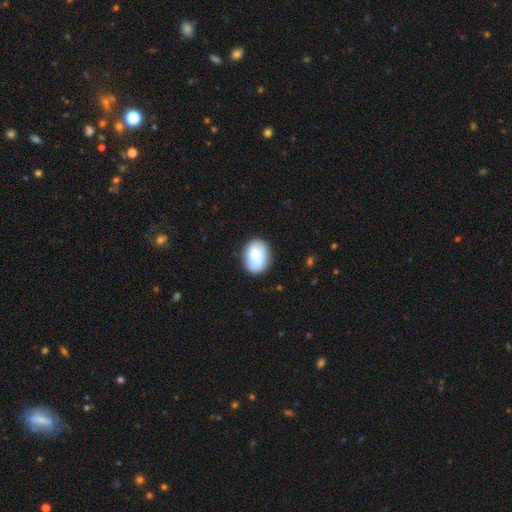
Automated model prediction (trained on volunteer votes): smooth 75%, featured or disk 18%, star or artifact 7%. Down the decision tree: how rounded — in between (65%); merging — none (76%).